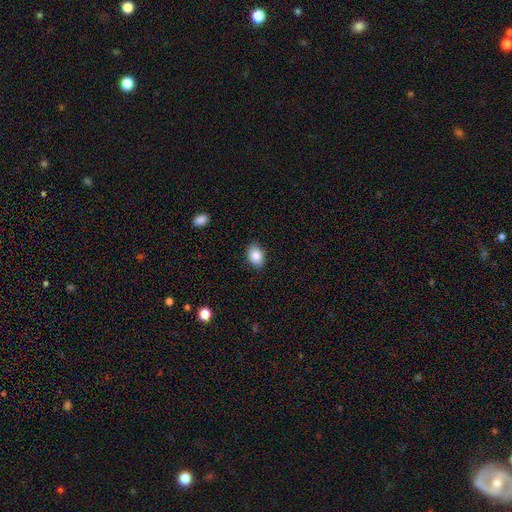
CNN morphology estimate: smooth-or-featured: smooth: 86% | star or artifact: 8% | featured or disk: 6%
  how-rounded: in between: 75% | round: 24% | cigar-shaped: 1%
  merging: none: 85% | minor disturbance: 12% | major disturbance: 2% | merger: 1%